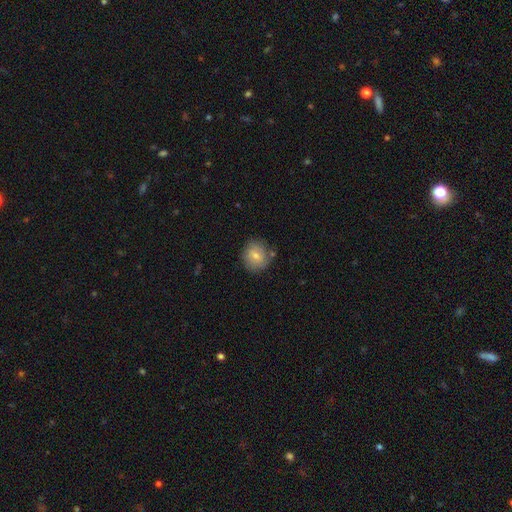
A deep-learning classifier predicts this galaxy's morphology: smooth_or_featured: smooth (p=0.73) [alt: featured or disk p=0.18]
how_rounded: round (p=0.83) [alt: in between p=0.16]
merging: none (p=0.75) [alt: minor disturbance p=0.16]